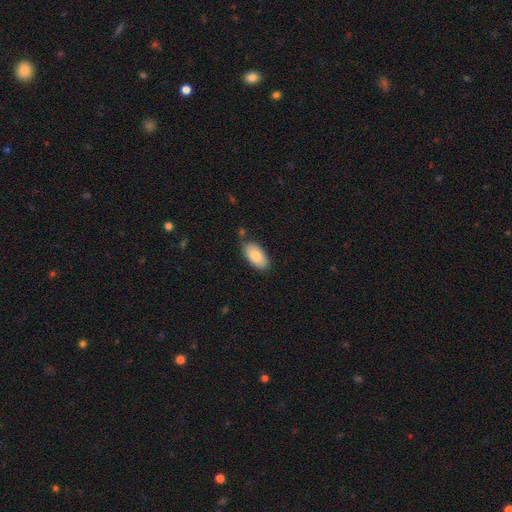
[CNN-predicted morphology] Smooth or featured? smooth (82%)
How rounded? in between (95%)
Merging? none (76%)